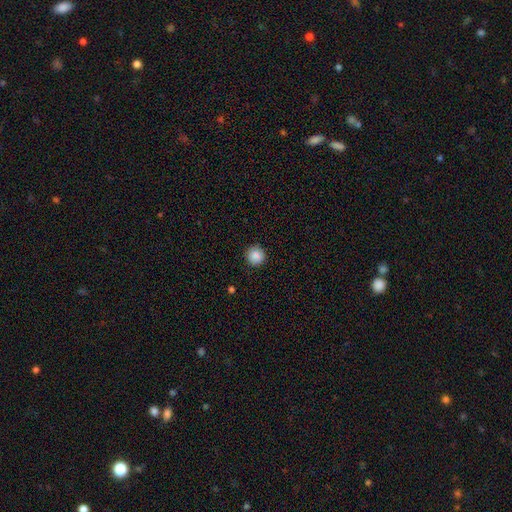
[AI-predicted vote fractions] The model was most divided on "smooth or featured": smooth: 86%, star or artifact: 9%, featured or disk: 4%. More confident: how rounded — round (95%); merging — none (91%).